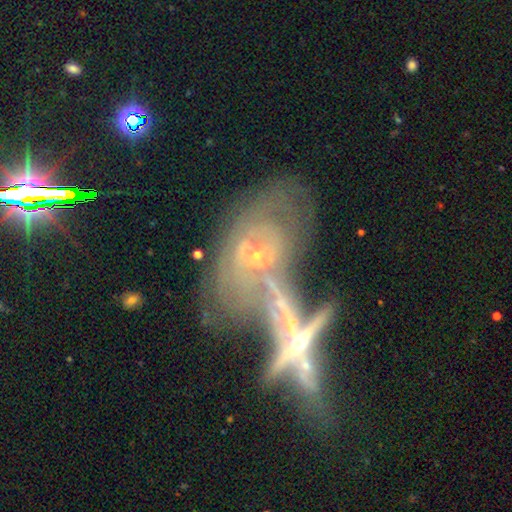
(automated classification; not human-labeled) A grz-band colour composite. It shows a featured or disk galaxy (72%) with no bar (73%), spiral arms (61%) and a small central bulge (66%). Merging: merger (46%).